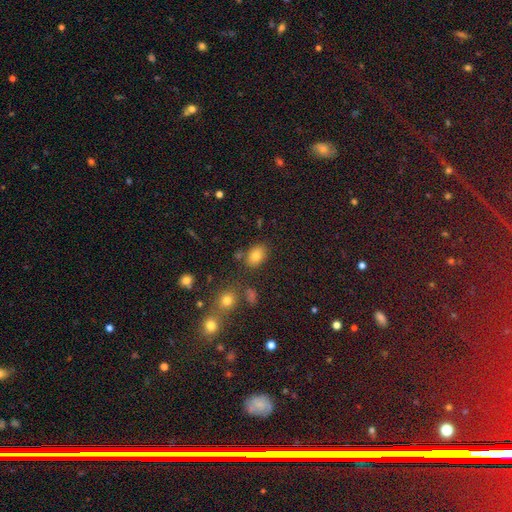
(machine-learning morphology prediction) A smooth galaxy with no disk features (78%) that is in between round and cigar-shaped (77%).

Vote fractions:
- Smooth or featured? smooth: 78% / star or artifact: 12% / featured or disk: 10%
- How rounded? in between: 77% / round: 22% / cigar-shaped: 1%
- Merging? none: 77% / minor disturbance: 13% / merger: 6% / major disturbance: 4%